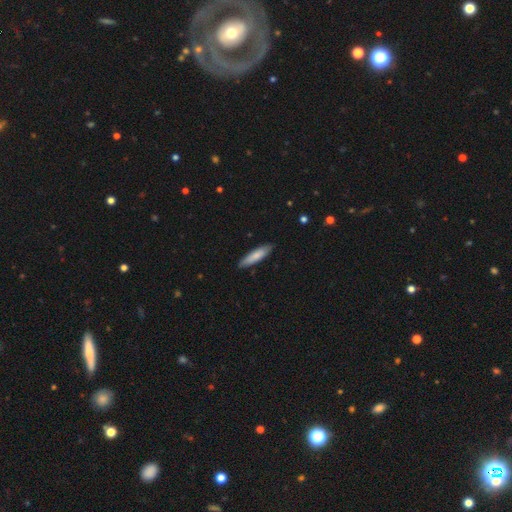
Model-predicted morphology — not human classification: smooth 79%, featured or disk 16%, star or artifact 5%. Down the decision tree: how rounded — cigar-shaped (75%); merging — none (86%).